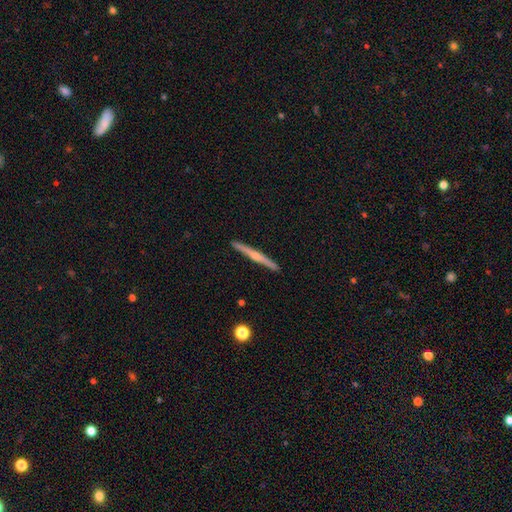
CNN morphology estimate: smooth-or-featured: featured or disk: 69% | smooth: 26% | star or artifact: 6%
  disk-edge-on: yes: 98% | no: 2%
    edge-on-bulge: rounded: 75% | none: 19% | boxy: 5%
  merging: none: 92% | minor disturbance: 5% | major disturbance: 1% | merger: 1%